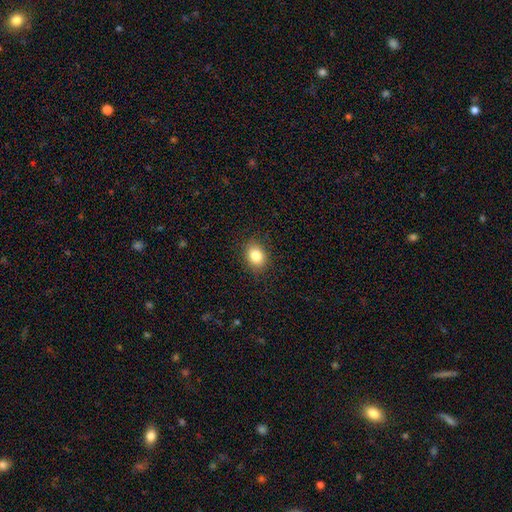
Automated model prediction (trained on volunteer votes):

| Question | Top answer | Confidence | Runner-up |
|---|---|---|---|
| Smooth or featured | smooth | 83% | star or artifact (10%) |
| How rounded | in between | 59% | round (40%) |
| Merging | none | 87% | minor disturbance (9%) |